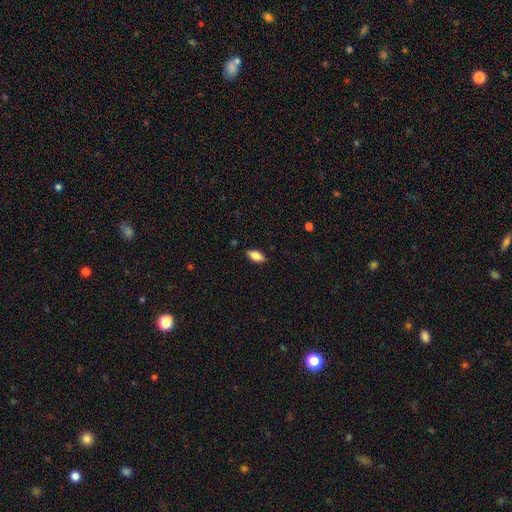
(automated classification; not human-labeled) Morphology: type=smooth (81%); roundness=in between (87%); merging=none (87%).